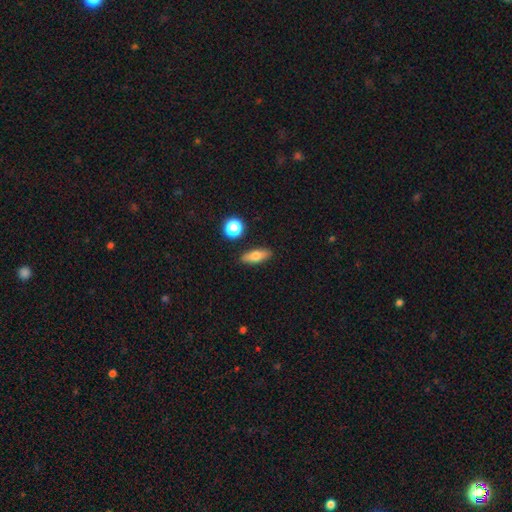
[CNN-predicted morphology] Overall: smooth (69%). How rounded: in between (60%; cigar-shaped 34%). Merging: none (87%).